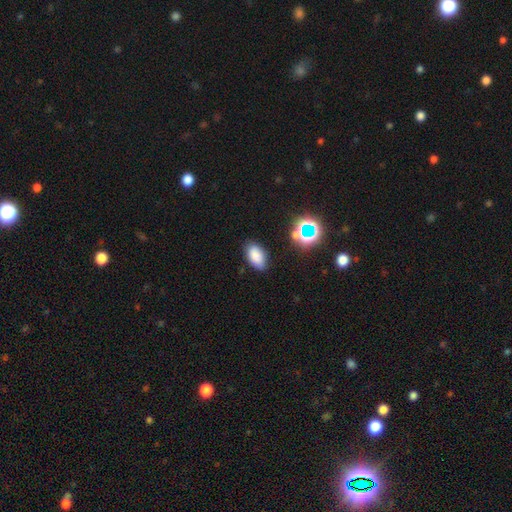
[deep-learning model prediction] This is likely a smooth galaxy (79%). How rounded: clearly in between (93%). Merging: likely none (80%).